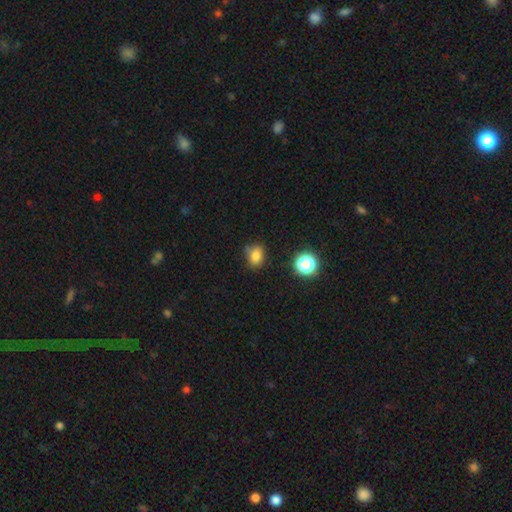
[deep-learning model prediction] smooth 80%, star or artifact 14%, featured or disk 6%. Down the decision tree: how rounded — in between (52%); merging — none (71%).